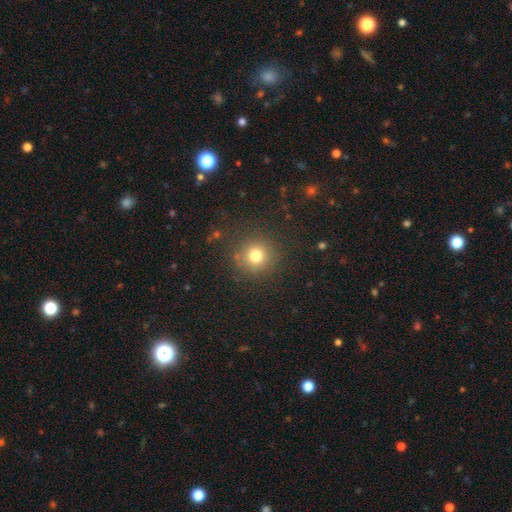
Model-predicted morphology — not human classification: Smooth or featured? smooth (76%)
How rounded? round (93%)
Merging? none (86%)